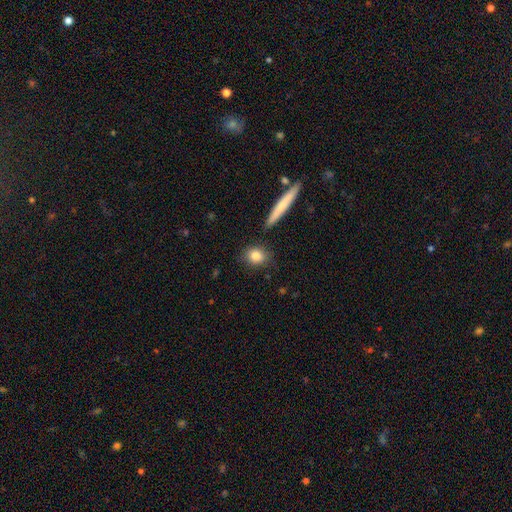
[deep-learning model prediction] Smooth or featured? Predicted: smooth (p=0.83). How rounded? Predicted: round (p=0.60). Merging? Predicted: none (p=0.84).